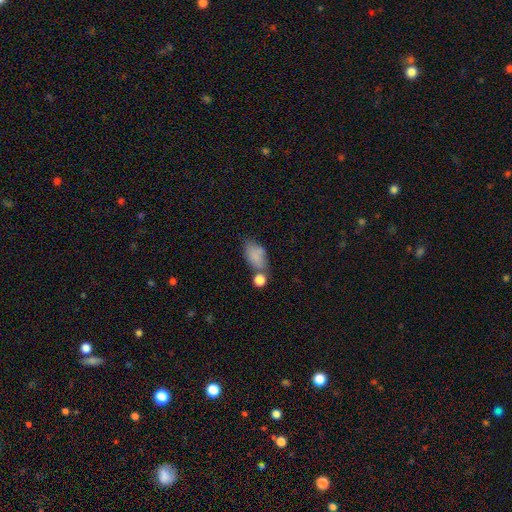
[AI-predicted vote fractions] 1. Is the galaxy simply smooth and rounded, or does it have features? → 78% smooth, 12% featured or disk, 10% star or artifact.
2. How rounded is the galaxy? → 88% in between, 8% round, 3% cigar-shaped.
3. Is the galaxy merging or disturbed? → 45% none, 23% merger, 22% minor disturbance, 10% major disturbance.